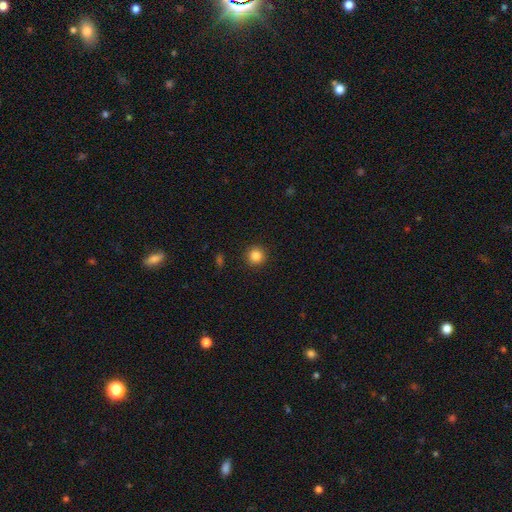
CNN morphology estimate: The model was most divided on "smooth or featured": smooth: 85%, star or artifact: 11%, featured or disk: 4%. More confident: how rounded — round (95%); merging — none (92%).